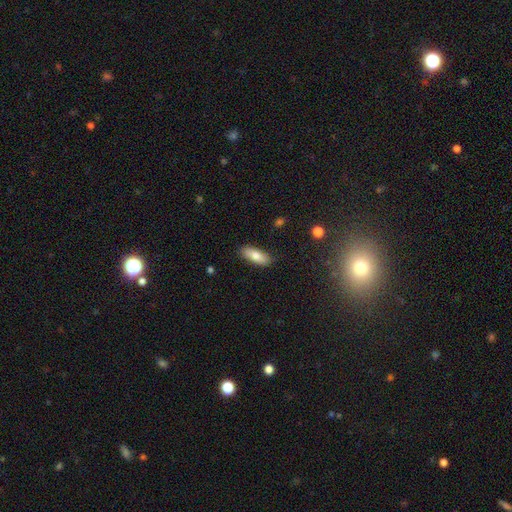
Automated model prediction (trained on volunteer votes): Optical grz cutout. It shows a smooth galaxy with no disk features (79%) that is in between round and cigar-shaped (73%). Merging: none (86%).